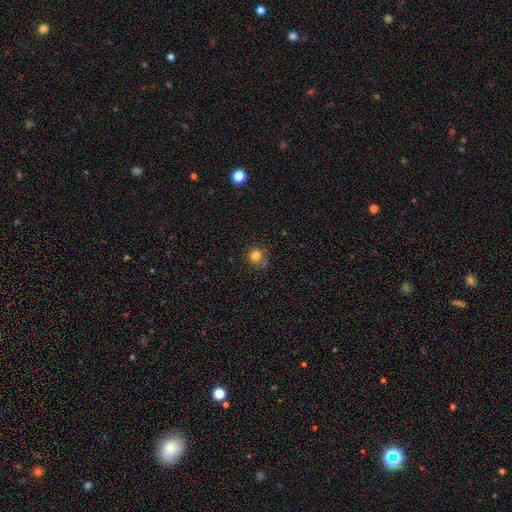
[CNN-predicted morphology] This is clearly a smooth galaxy (81%). How rounded: clearly round (88%). Merging: likely none (72%).